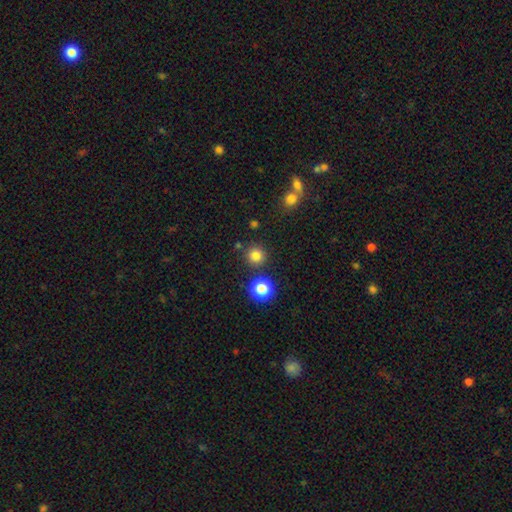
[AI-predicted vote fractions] smooth_or_featured: smooth (p=0.80) [alt: star or artifact p=0.15]
how_rounded: round (p=0.94) [alt: in between p=0.05]
merging: none (p=0.85) [alt: minor disturbance p=0.07]